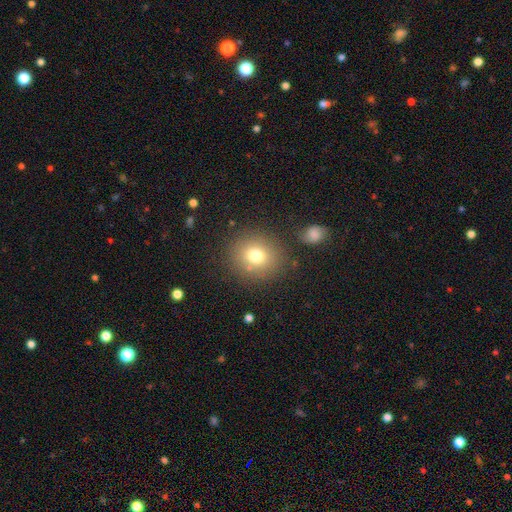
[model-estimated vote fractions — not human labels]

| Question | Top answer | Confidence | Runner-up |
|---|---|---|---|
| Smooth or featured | smooth | 75% | star or artifact (13%) |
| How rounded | round | 83% | in between (16%) |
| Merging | none | 81% | minor disturbance (10%) |